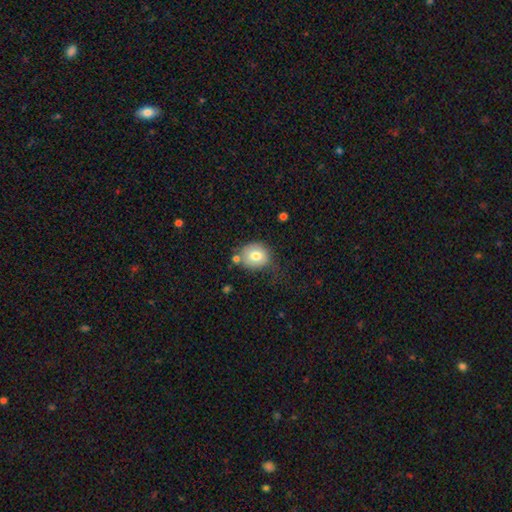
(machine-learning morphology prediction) A smooth galaxy with no disk features (75%) that is round (72%). Merging: none (59%).